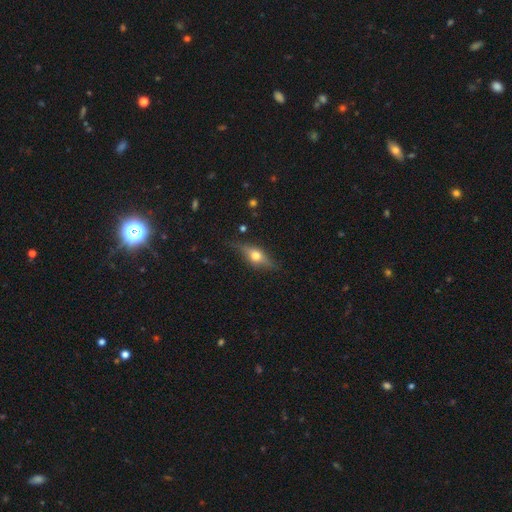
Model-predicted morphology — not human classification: This appears to be a featured or disk galaxy (47%). Merging: none (77%).